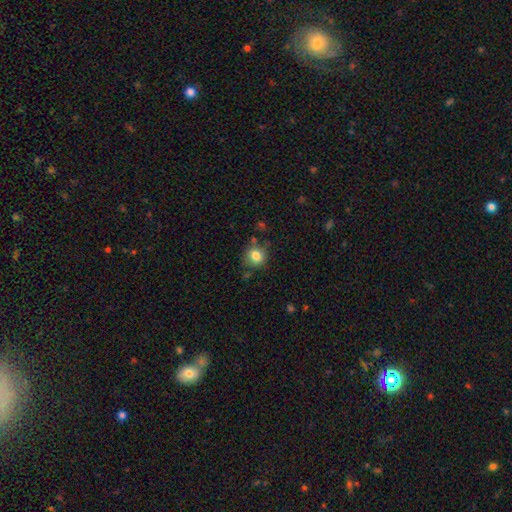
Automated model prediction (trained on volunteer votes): This is clearly a smooth galaxy (82%). How rounded: clearly round (85%). Merging: likely none (77%).